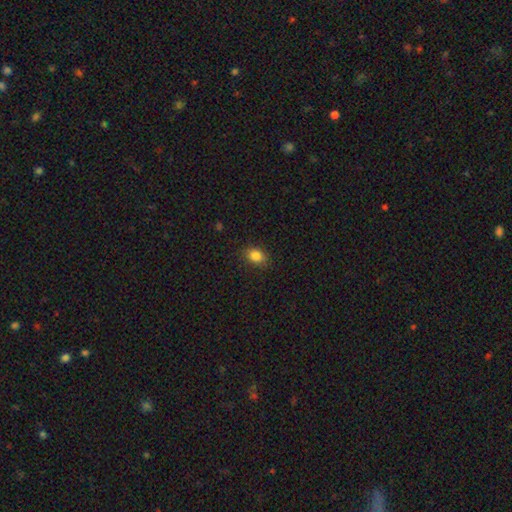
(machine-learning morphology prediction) smooth 84%, star or artifact 11%, featured or disk 5%. Down the decision tree: how rounded — in between (64%); merging — none (85%).